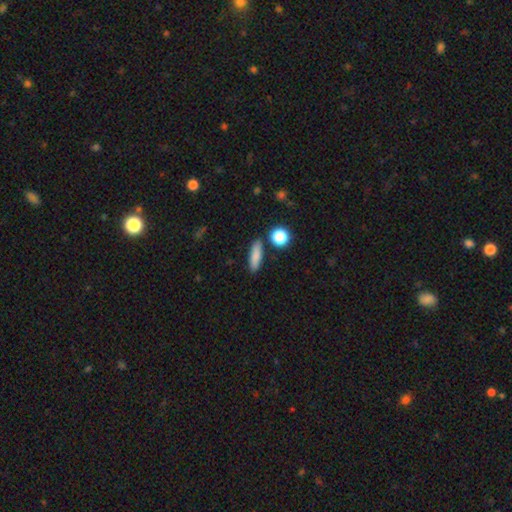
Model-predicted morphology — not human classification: A smooth galaxy with no disk features (83%) that is cigar-shaped (52%).

Vote fractions:
- Smooth or featured? smooth: 83% / star or artifact: 9% / featured or disk: 9%
- How rounded? cigar-shaped: 52% / in between: 41% / round: 7%
- Merging? none: 85% / minor disturbance: 8% / merger: 4% / major disturbance: 2%